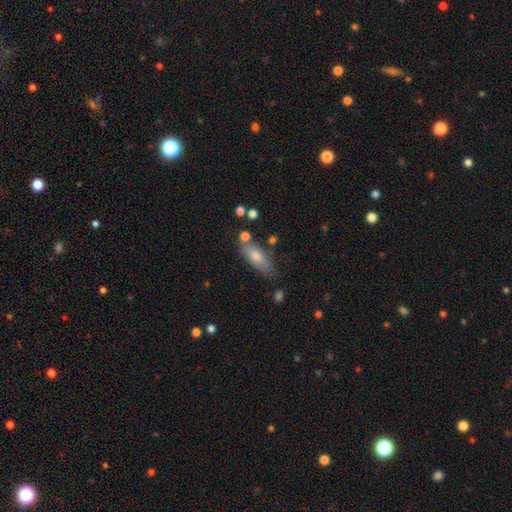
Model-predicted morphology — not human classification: A smooth galaxy with no disk features (72%) that is in between round and cigar-shaped (66%). Merging: none (67%).